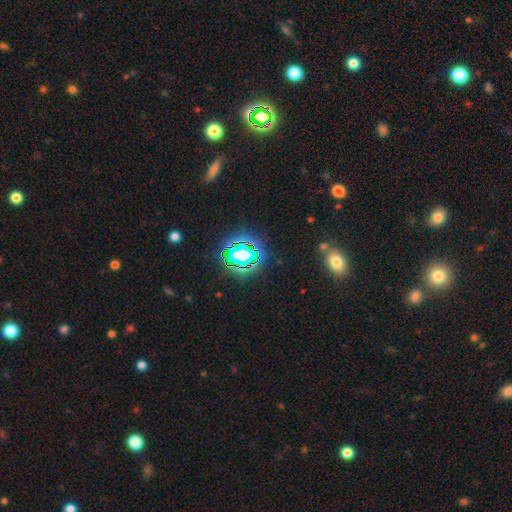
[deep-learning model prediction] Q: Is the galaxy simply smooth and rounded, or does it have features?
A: star or artifact — 73%.